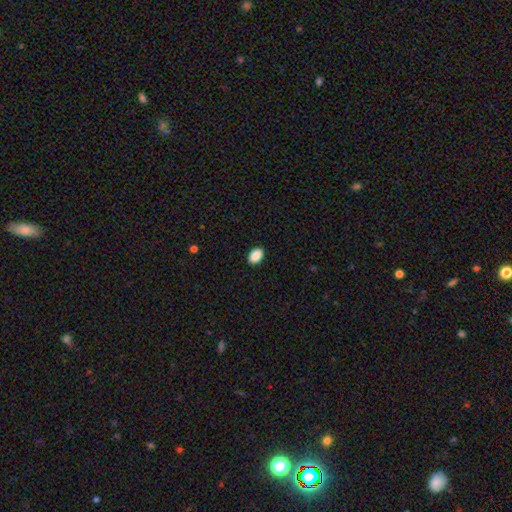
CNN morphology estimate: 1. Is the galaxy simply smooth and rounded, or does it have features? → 90% smooth, 7% star or artifact, 3% featured or disk.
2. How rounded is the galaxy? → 88% in between, 11% round, 1% cigar-shaped.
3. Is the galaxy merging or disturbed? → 91% none, 7% minor disturbance, 2% major disturbance, 1% merger.